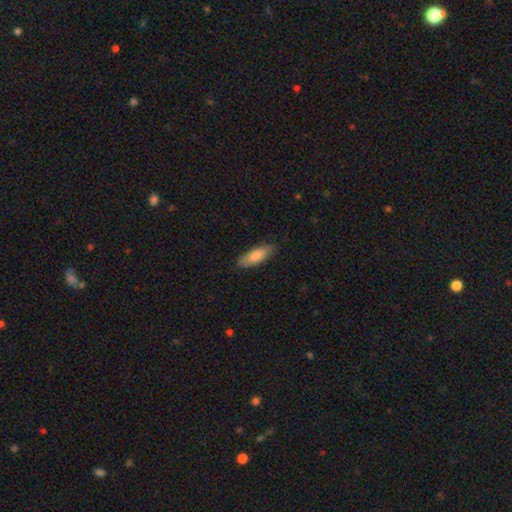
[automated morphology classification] Overall: smooth (81%). How rounded: in between (63%; cigar-shaped 35%). Merging: none (84%).